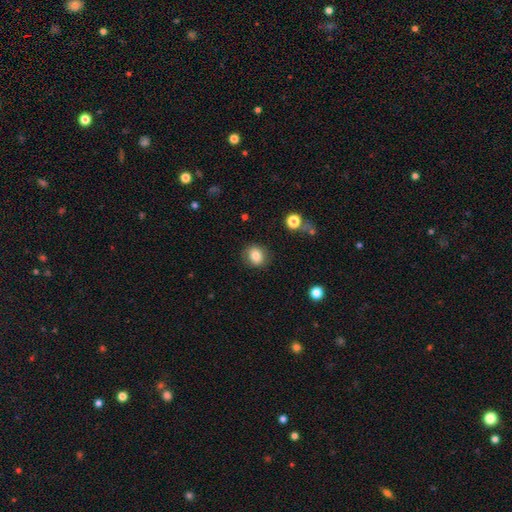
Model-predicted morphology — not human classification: type=smooth (82%); roundness=round (70%); merging=none (86%).